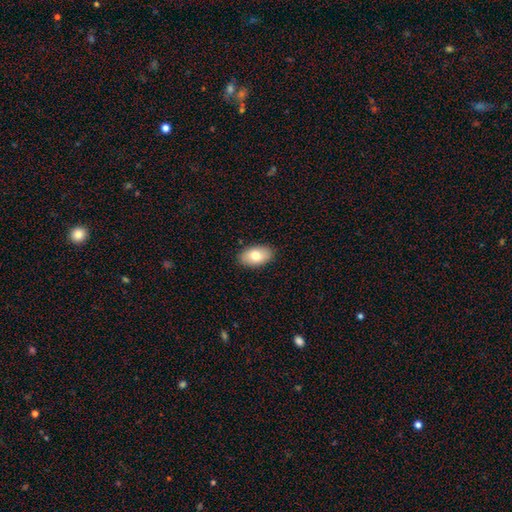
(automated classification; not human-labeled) The model was most divided on "smooth or featured": smooth: 79%, featured or disk: 15%, star or artifact: 7%. More confident: how rounded — in between (93%); merging — none (88%).